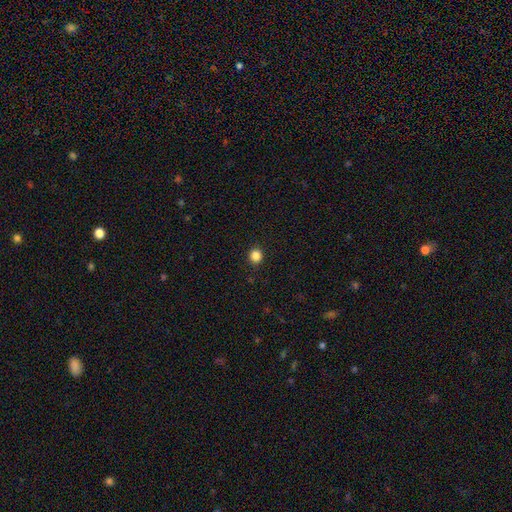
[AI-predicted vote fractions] Smooth or featured? smooth (85%)
How rounded? round (87%)
Merging? none (92%)